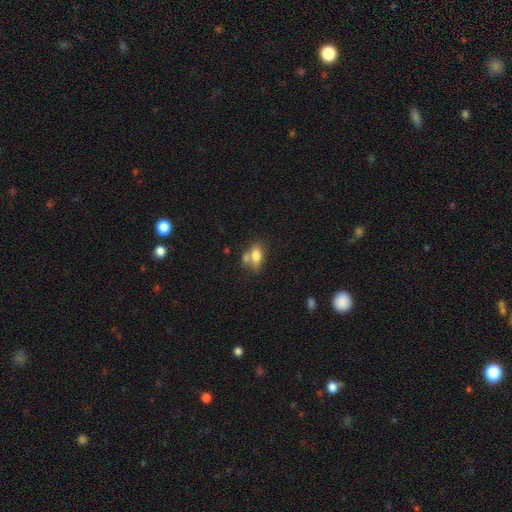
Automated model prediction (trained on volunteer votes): smooth_or_featured: smooth (p=0.76) [alt: featured or disk p=0.16]
how_rounded: in between (p=0.84) [alt: round p=0.09]
merging: none (p=0.43) [alt: merger p=0.36]